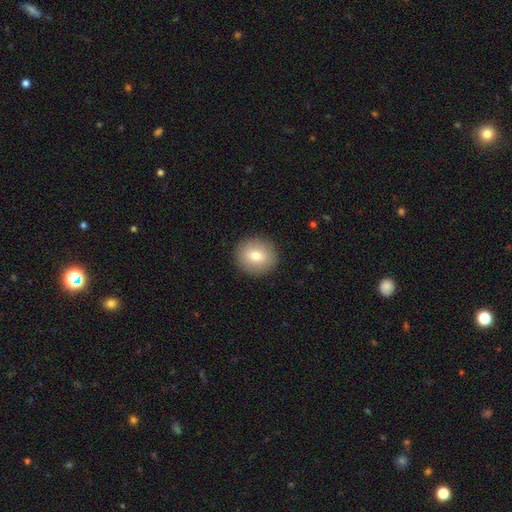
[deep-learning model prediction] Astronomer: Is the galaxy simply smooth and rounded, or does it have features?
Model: smooth — 78%.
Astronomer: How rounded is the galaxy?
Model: round — 86%.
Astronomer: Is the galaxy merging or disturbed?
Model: none — 91%.